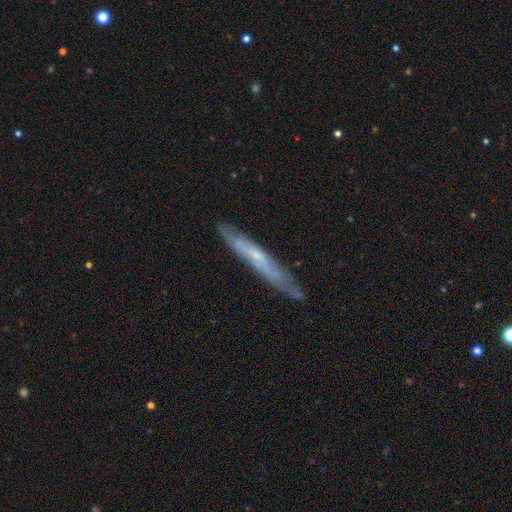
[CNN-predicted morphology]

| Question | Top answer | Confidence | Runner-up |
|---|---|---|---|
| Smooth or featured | featured or disk | 60% | smooth (34%) |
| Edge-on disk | yes | 79% | no (21%) |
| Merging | none | 80% | minor disturbance (16%) |